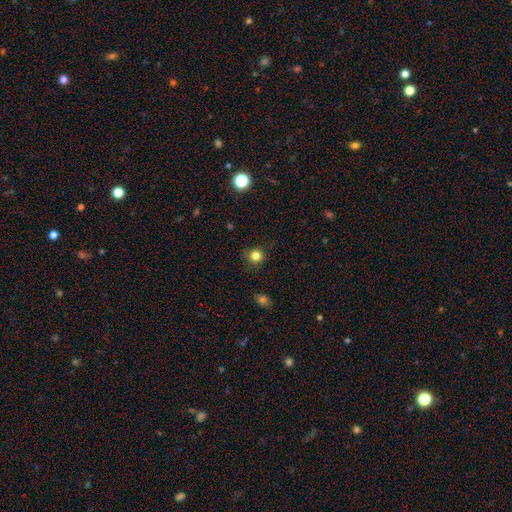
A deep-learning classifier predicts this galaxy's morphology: type=smooth (81%); roundness=round (91%); merging=none (85%).